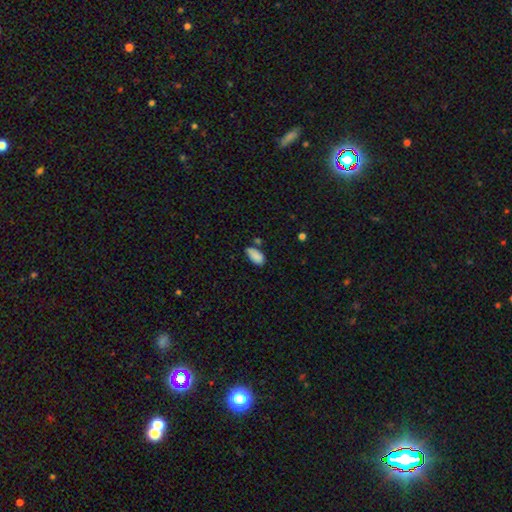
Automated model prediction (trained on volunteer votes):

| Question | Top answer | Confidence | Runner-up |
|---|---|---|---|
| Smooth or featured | smooth | 86% | star or artifact (8%) |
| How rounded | in between | 93% | cigar-shaped (4%) |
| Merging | none | 57% | minor disturbance (28%) |